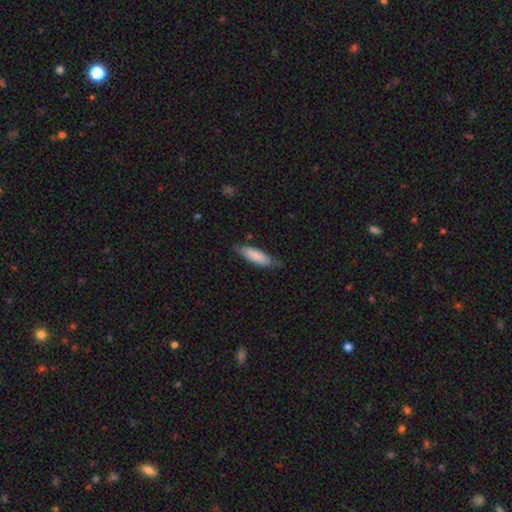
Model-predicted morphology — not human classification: This appears to be a smooth galaxy with no disk features (82%) that is in between round and cigar-shaped (50%). Merging: none (72%).